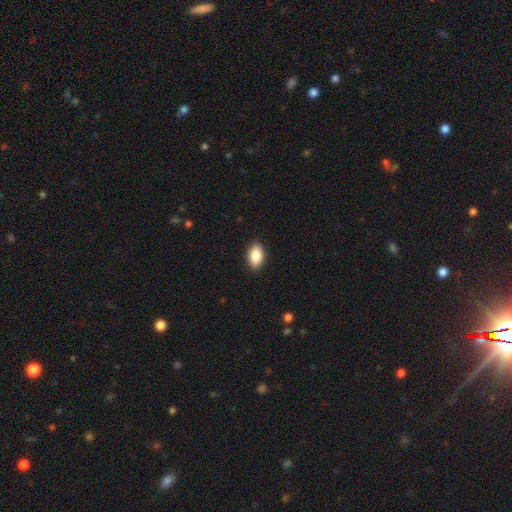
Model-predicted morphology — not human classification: The model was most divided on "smooth or featured": smooth: 86%, star or artifact: 7%, featured or disk: 7%. More confident: how rounded — in between (92%); merging — none (90%).